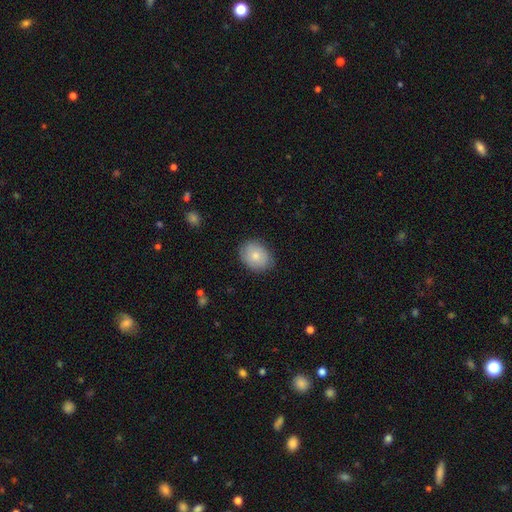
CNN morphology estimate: Smooth or featured? Predicted: smooth (p=0.79). How rounded? Predicted: in between (p=0.65). Merging? Predicted: none (p=0.82).